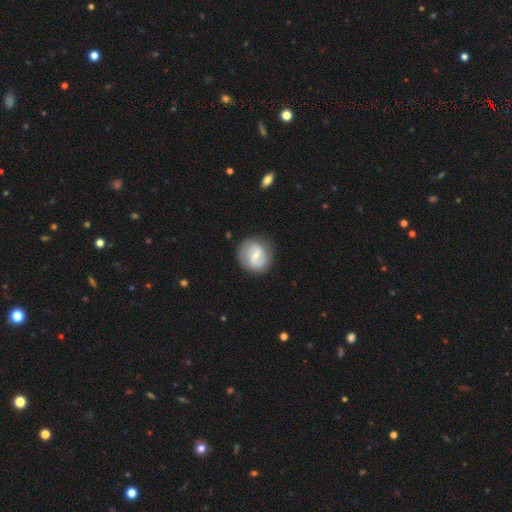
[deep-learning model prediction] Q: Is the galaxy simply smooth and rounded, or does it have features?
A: featured or disk — 60%.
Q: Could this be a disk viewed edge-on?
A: no — 98%.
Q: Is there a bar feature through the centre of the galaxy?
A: weak — 55%.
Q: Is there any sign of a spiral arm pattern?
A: yes — 86%.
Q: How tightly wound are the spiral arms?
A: medium — 42%.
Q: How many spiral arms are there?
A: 2 — 83%.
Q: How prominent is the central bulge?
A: small — 55%.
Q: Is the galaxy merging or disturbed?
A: none — 83%.